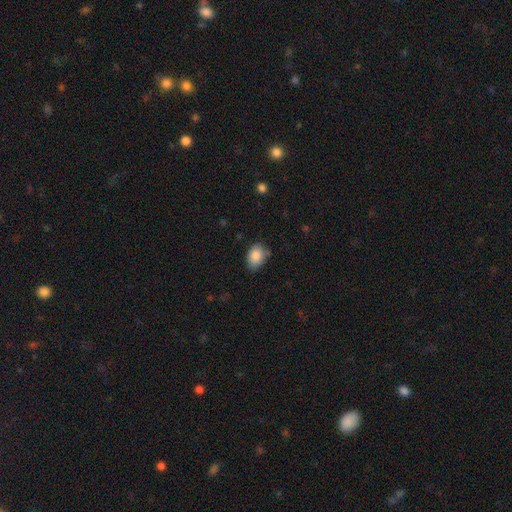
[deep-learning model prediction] Smooth or featured? smooth (87%)
How rounded? in between (79%)
Merging? none (72%)